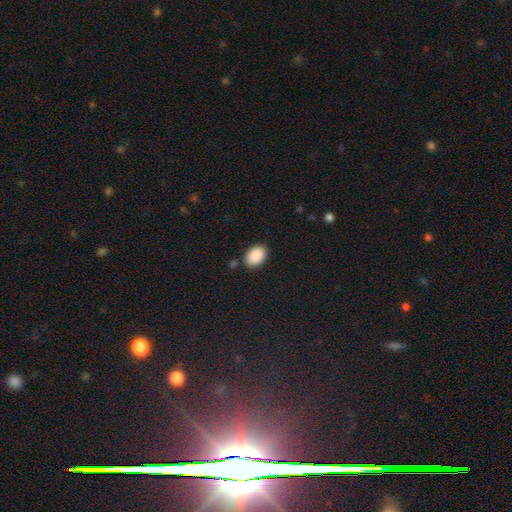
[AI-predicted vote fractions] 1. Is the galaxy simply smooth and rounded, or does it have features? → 90% smooth, 7% star or artifact, 3% featured or disk.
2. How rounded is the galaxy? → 84% in between, 15% round, 1% cigar-shaped.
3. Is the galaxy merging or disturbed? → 85% none, 10% minor disturbance, 3% merger, 2% major disturbance.